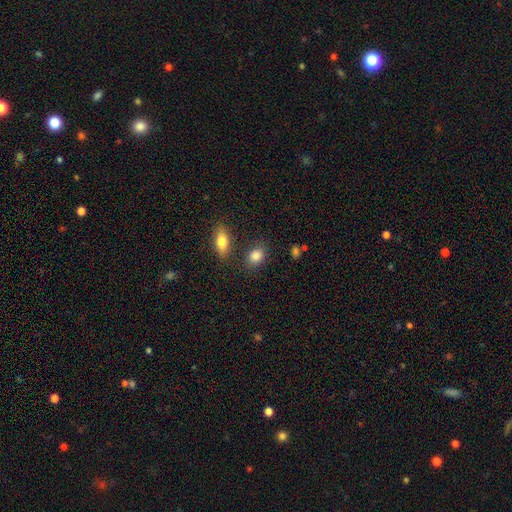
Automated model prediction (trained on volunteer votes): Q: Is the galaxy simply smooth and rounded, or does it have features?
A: smooth — 86%.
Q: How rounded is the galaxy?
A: in between — 68%.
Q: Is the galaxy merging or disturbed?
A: none — 78%.